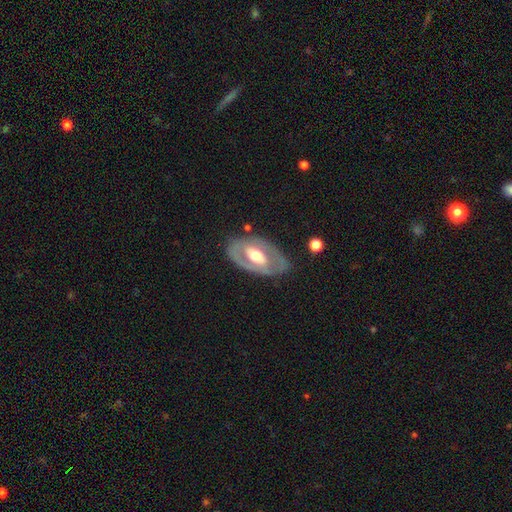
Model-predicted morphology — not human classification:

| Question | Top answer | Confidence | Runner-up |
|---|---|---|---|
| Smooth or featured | featured or disk | 67% | smooth (29%) |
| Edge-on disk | no | 90% | yes (10%) |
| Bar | no | 44% | weak (33%) |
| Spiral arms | no | 67% | yes (33%) |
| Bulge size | moderate | 64% | large (26%) |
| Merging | none | 72% | minor disturbance (18%) |